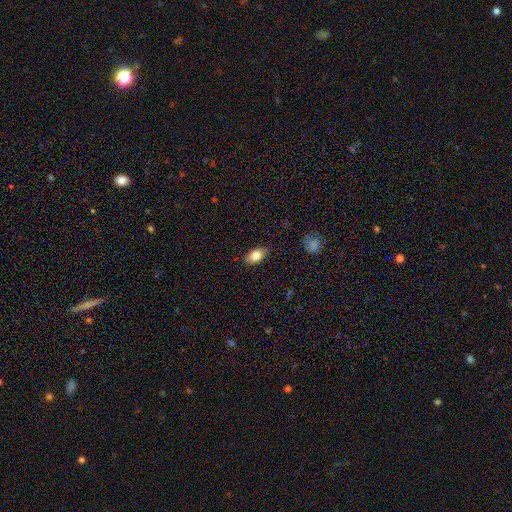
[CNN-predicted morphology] Smooth or featured?
  - smooth: 81% *
  - featured or disk: 11%
  - star or artifact: 8%
How rounded?
  - in between: 88% *
  - round: 9%
  - cigar-shaped: 3%
Merging?
  - none: 82% *
  - minor disturbance: 14%
  - major disturbance: 3%
  - merger: 1%